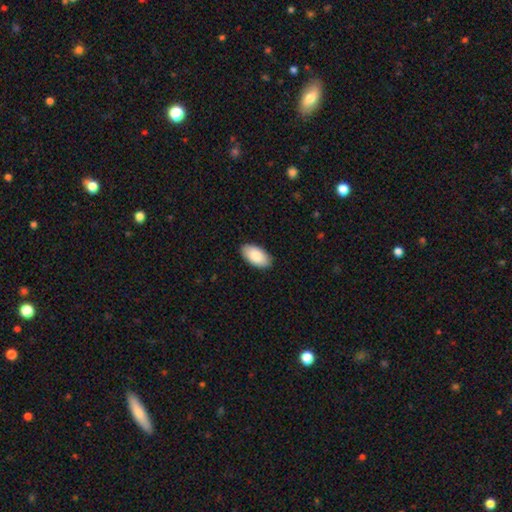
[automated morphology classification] smooth_or_featured: smooth (p=0.87) [alt: featured or disk p=0.07]
how_rounded: in between (p=0.96) [alt: round p=0.02]
merging: none (p=0.89) [alt: minor disturbance p=0.08]